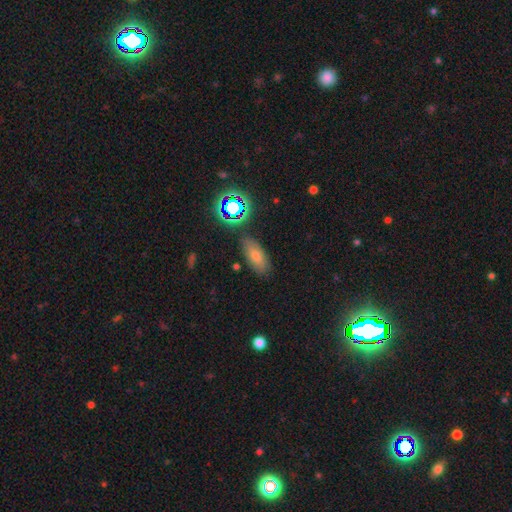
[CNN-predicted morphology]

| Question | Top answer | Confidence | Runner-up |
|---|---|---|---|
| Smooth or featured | smooth | 66% | star or artifact (21%) |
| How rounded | in between | 80% | cigar-shaped (14%) |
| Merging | none | 82% | minor disturbance (12%) |